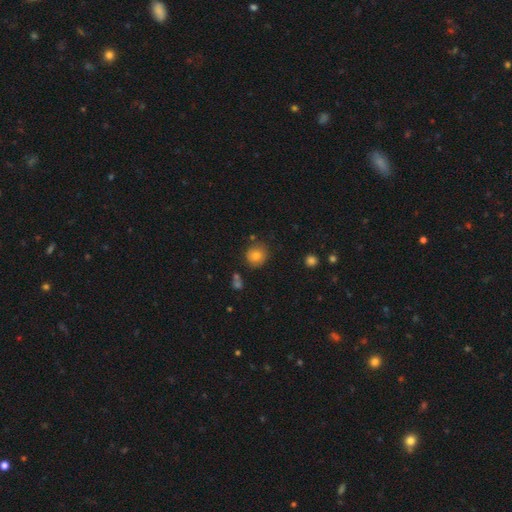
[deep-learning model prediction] smooth-or-featured: smooth: 79% | star or artifact: 11% | featured or disk: 10%
  how-rounded: round: 90% | in between: 9% | cigar-shaped: 1%
  merging: none: 81% | minor disturbance: 12% | merger: 4% | major disturbance: 3%